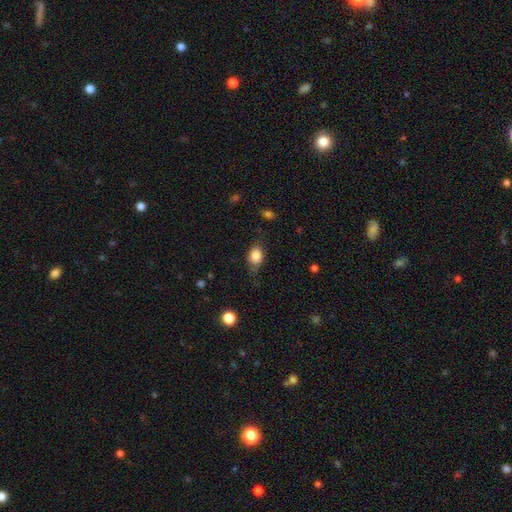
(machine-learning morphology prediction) type=smooth (84%); roundness=in between (72%); merging=none (63%).